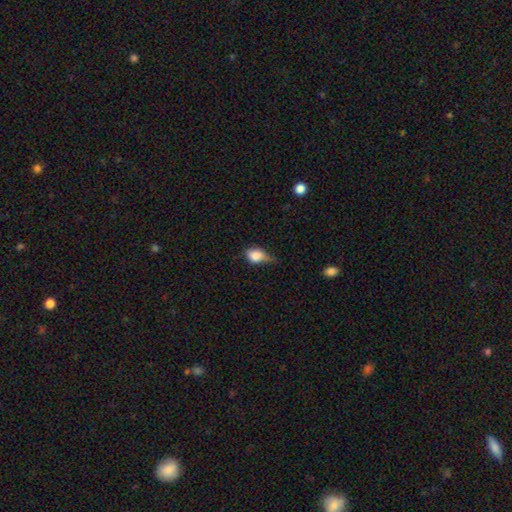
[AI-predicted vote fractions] smooth_or_featured: smooth (p=0.80) [alt: featured or disk p=0.11]
how_rounded: in between (p=0.68) [alt: round p=0.29]
merging: minor disturbance (p=0.49) [alt: none p=0.26]